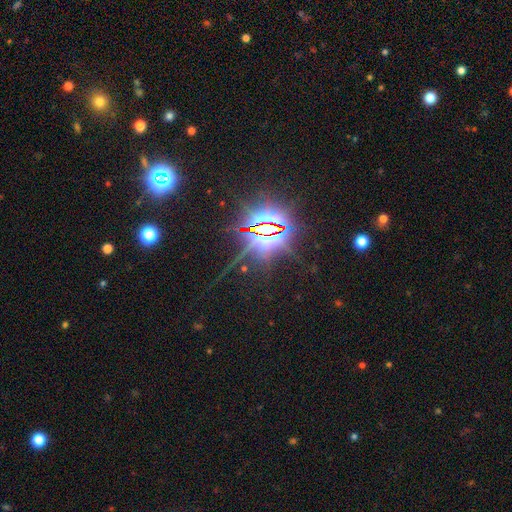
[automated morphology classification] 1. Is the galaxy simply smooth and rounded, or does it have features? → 84% star or artifact, 9% featured or disk, 7% smooth.